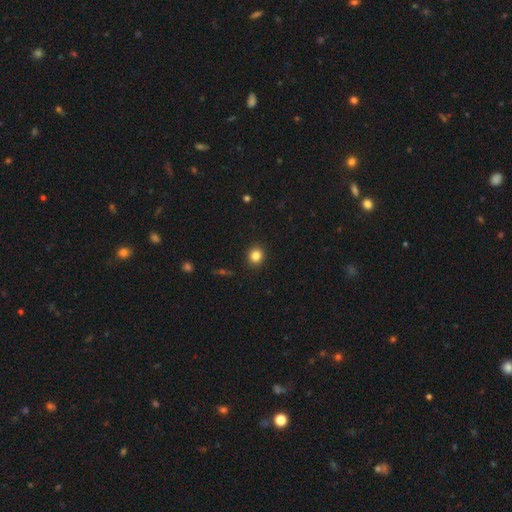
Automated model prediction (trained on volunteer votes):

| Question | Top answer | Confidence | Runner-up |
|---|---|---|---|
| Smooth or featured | smooth | 84% | star or artifact (11%) |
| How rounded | round | 81% | in between (18%) |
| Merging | none | 91% | minor disturbance (6%) |